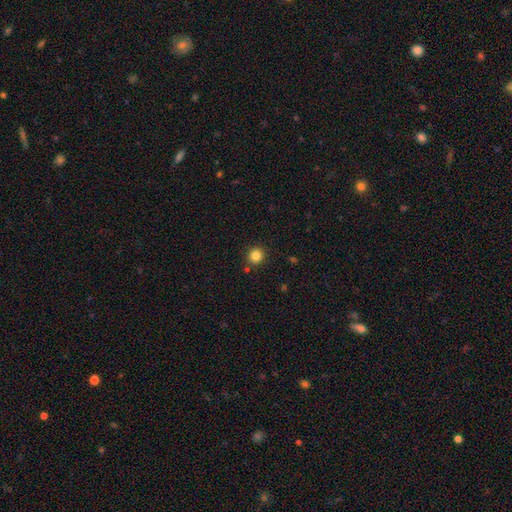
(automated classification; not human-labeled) Smooth or featured? smooth (83%)
How rounded? round (92%)
Merging? none (88%)